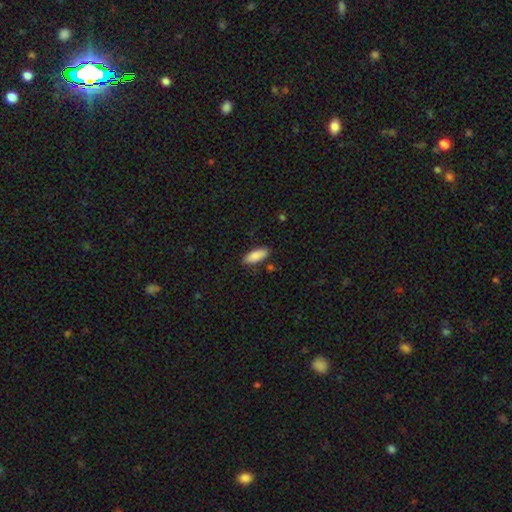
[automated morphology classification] Q: Smooth or featured?
A: smooth (88%); runner-up: star or artifact (6%)
Q: How rounded?
A: in between (77%); runner-up: cigar-shaped (21%)
Q: Merging?
A: none (85%); runner-up: minor disturbance (11%)